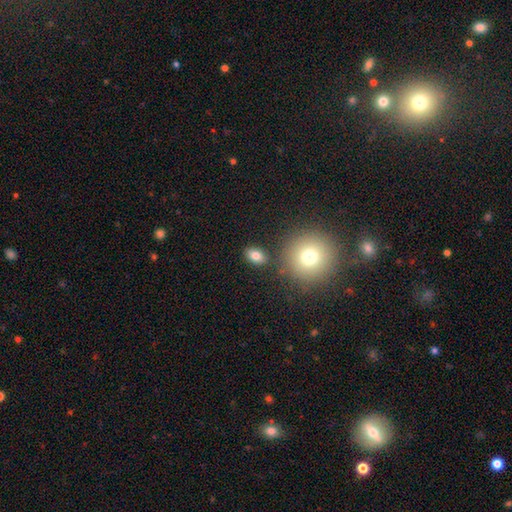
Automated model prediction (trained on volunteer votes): smooth-or-featured: smooth: 81% | star or artifact: 10% | featured or disk: 9%
  how-rounded: in between: 78% | round: 20% | cigar-shaped: 2%
  merging: none: 80% | minor disturbance: 10% | merger: 7% | major disturbance: 3%